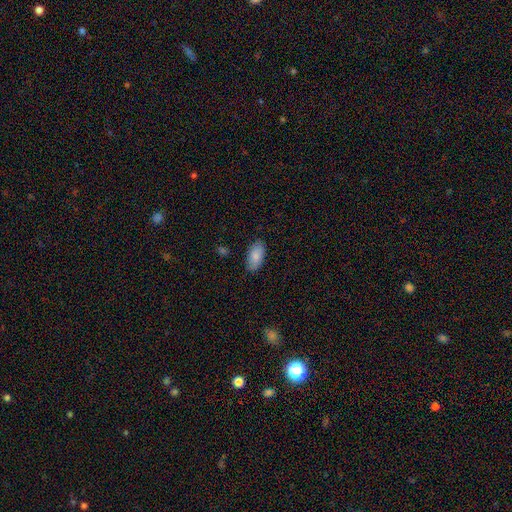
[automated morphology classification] A smooth galaxy with no disk features (86%) that is in between round and cigar-shaped (94%). Merging: none (84%).